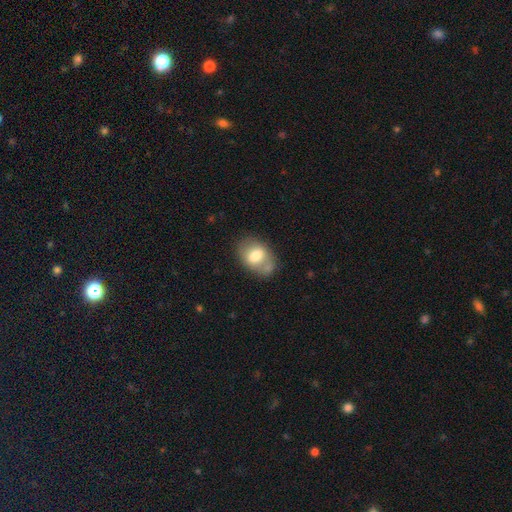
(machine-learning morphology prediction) The model was most divided on "merging": none: 58%, minor disturbance: 21%, merger: 13%, major disturbance: 8%. More confident: how rounded — in between (78%); smooth or featured — smooth (67%).